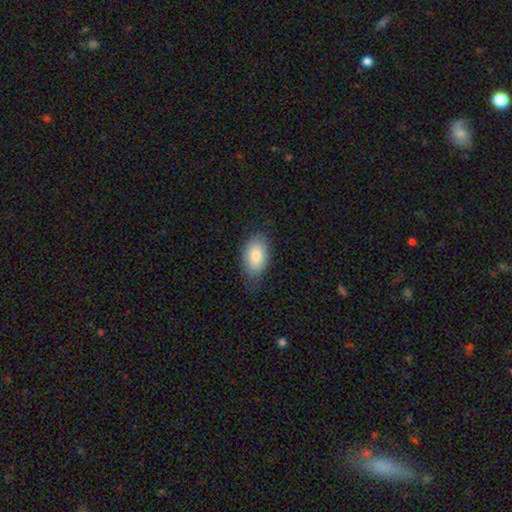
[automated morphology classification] Smooth or featured?
  - smooth: 82% *
  - featured or disk: 11%
  - star or artifact: 7%
How rounded?
  - in between: 91% *
  - round: 7%
  - cigar-shaped: 2%
Merging?
  - none: 73% *
  - minor disturbance: 21%
  - major disturbance: 5%
  - merger: 1%